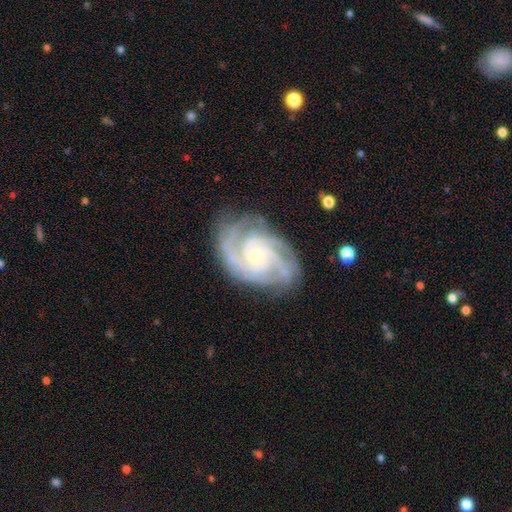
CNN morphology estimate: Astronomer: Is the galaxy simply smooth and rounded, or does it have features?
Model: featured or disk — 91%.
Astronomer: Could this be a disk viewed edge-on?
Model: no — 97%.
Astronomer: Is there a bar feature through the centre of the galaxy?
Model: no — 72%.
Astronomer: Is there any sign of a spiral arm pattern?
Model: yes — 98%.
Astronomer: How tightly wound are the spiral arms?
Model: tight — 63%.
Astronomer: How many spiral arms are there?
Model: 3 — 35% (runner-up: 2, 20%).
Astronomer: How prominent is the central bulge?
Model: small — 64%.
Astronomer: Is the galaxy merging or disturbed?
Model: none — 77%.